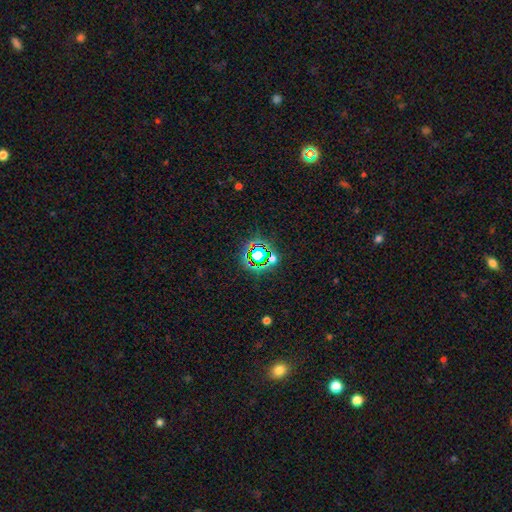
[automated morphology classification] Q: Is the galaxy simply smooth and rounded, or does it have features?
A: star or artifact — 70%.